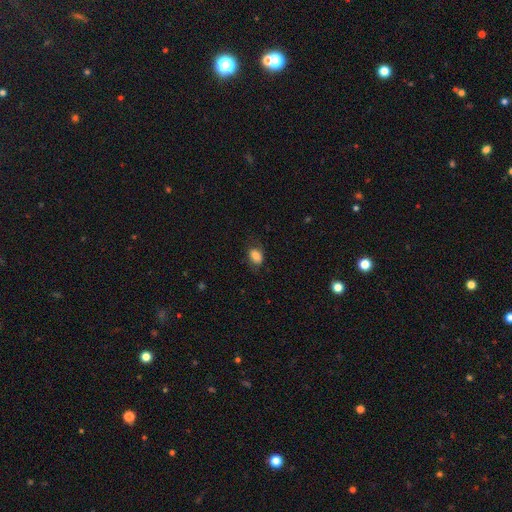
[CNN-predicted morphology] Overall: smooth (80%). How rounded: in between (76%). Merging: none (68%).